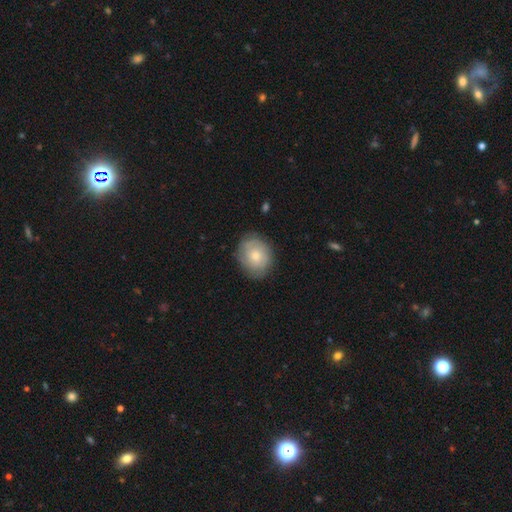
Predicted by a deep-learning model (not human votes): Smooth or featured: smooth — 63% (featured or disk — 30%)
How rounded: round — 66% (in between — 33%)
Merging: none — 78% (minor disturbance — 17%)